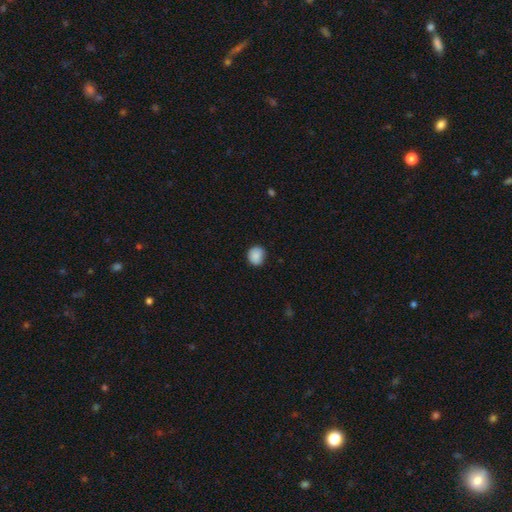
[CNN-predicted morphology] type=smooth (88%); roundness=round (75%); merging=none (82%).